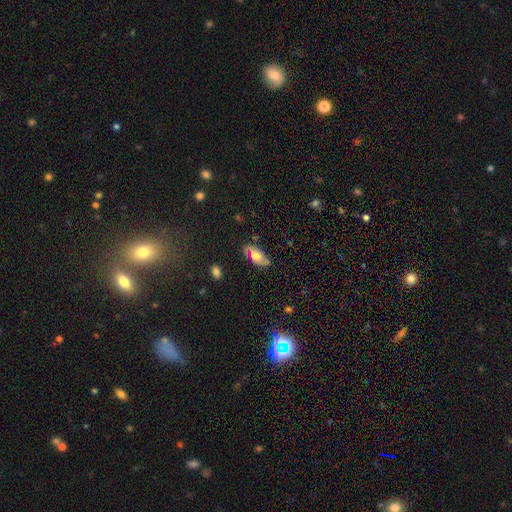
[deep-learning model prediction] smooth_or_featured: featured or disk (p=0.46) [alt: smooth p=0.45]
merging: none (p=0.75) [alt: minor disturbance p=0.19]